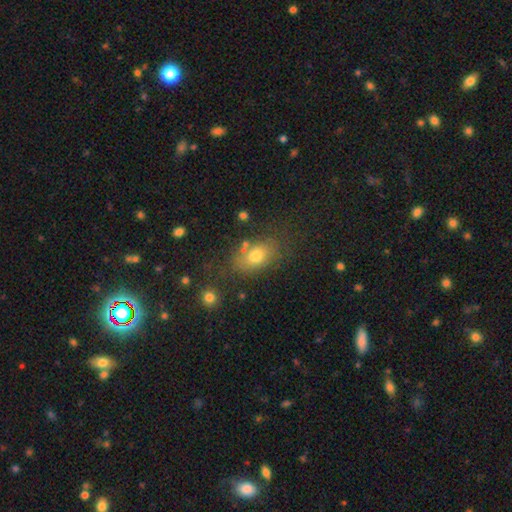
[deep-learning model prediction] This appears to be a smooth galaxy with no disk features (74%) that is in between round and cigar-shaped (82%). Merging: none (71%).